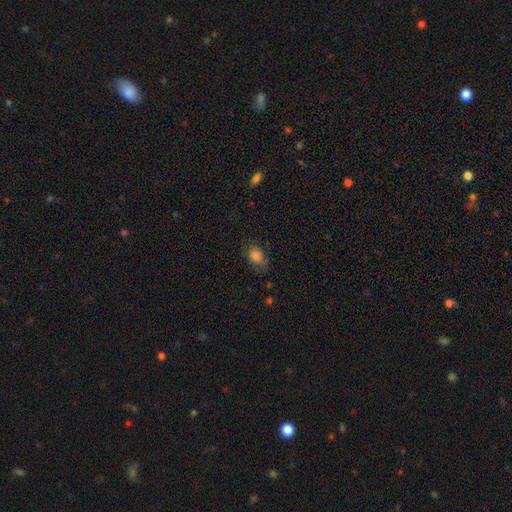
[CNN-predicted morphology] Smooth or featured?
  - smooth: 83% *
  - star or artifact: 11%
  - featured or disk: 7%
How rounded?
  - in between: 72% *
  - round: 27%
  - cigar-shaped: 2%
Merging?
  - none: 67% *
  - minor disturbance: 24%
  - major disturbance: 8%
  - merger: 2%